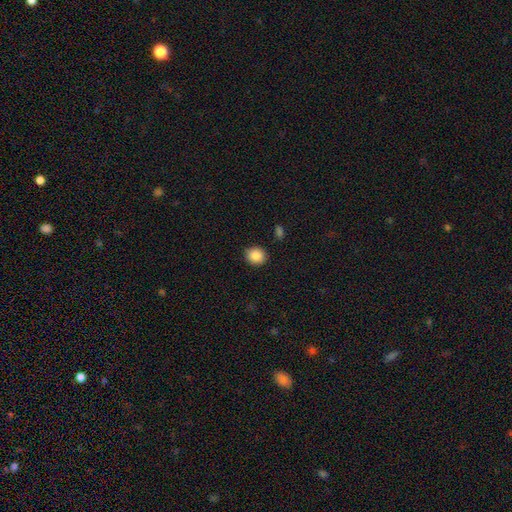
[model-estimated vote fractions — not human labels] Smooth or featured: smooth — 88% (star or artifact — 8%)
How rounded: round — 81% (in between — 18%)
Merging: none — 88% (minor disturbance — 8%)